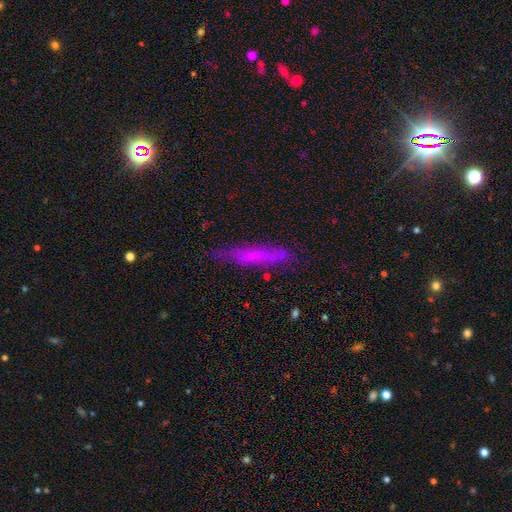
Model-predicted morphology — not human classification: Q: Smooth or featured?
A: smooth (54%); runner-up: featured or disk (36%)
Q: How rounded?
A: cigar-shaped (90%); runner-up: in between (8%)
Q: Merging?
A: none (73%); runner-up: minor disturbance (19%)